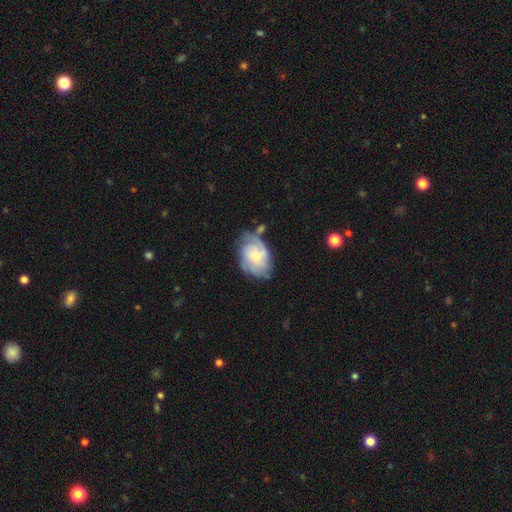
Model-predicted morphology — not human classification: Smooth or featured? featured or disk (72%)
Edge-on disk? no (97%)
Bar? no (68%)
Spiral arms? yes (90%)
Spiral winding? tight (56%)
Spiral arm count? can't tell (41%)
Bulge size? moderate (47%)
Merging? none (59%)